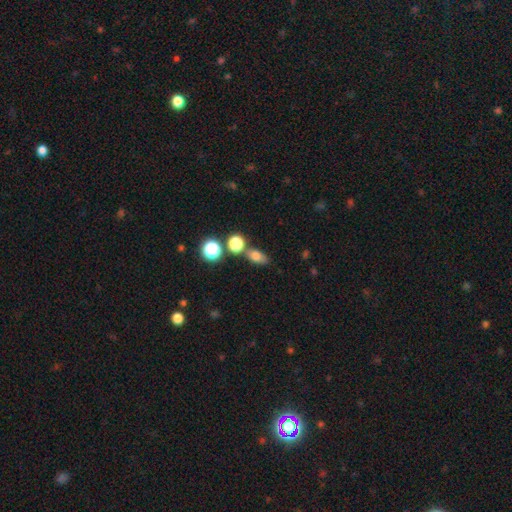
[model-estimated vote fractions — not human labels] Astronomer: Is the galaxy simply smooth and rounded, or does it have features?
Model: smooth — 72%.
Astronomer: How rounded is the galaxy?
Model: in between — 74%.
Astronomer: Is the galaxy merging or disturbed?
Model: none — 69%.